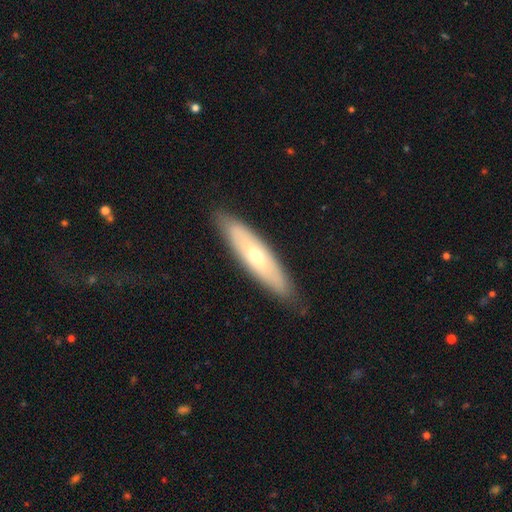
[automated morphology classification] type=smooth (47%, tied with featured or disk); merging=none (87%).